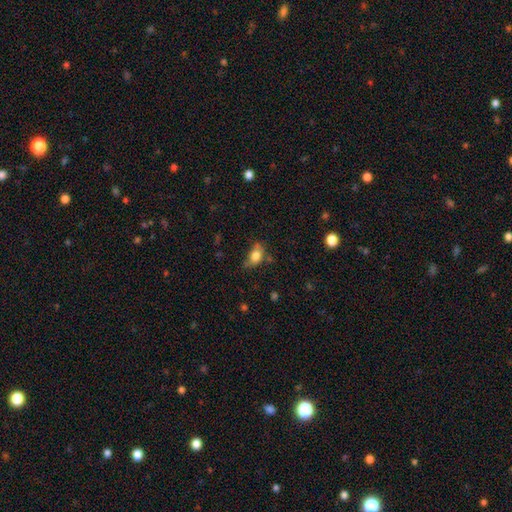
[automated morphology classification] smooth-or-featured: smooth: 79% | featured or disk: 12% | star or artifact: 9%
  how-rounded: in between: 83% | round: 14% | cigar-shaped: 3%
  merging: none: 49% | minor disturbance: 34% | major disturbance: 12% | merger: 5%